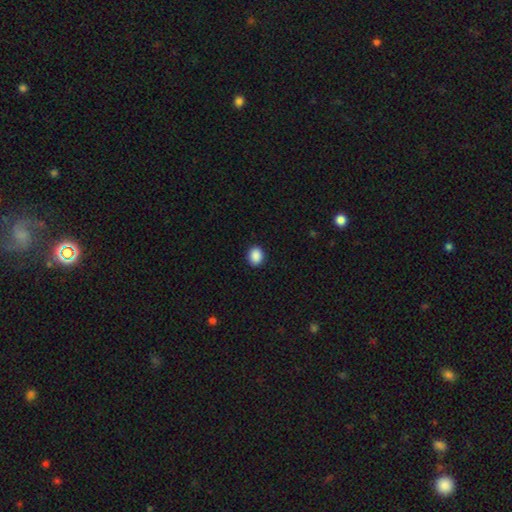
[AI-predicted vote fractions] A smooth galaxy with no disk features (90%) that is round (52%).

Vote fractions:
- Smooth or featured? smooth: 90% / star or artifact: 8% / featured or disk: 2%
- How rounded? round: 52% / in between: 47% / cigar-shaped: 1%
- Merging? none: 91% / minor disturbance: 6% / major disturbance: 2% / merger: 1%